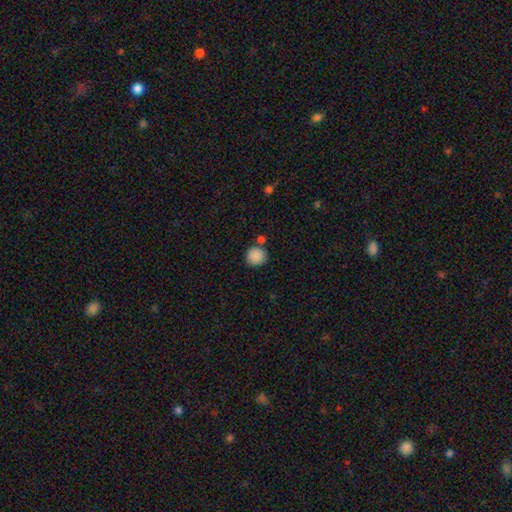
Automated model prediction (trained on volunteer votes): smooth 88%, star or artifact 9%, featured or disk 3%. Down the decision tree: how rounded — round (92%); merging — none (78%).